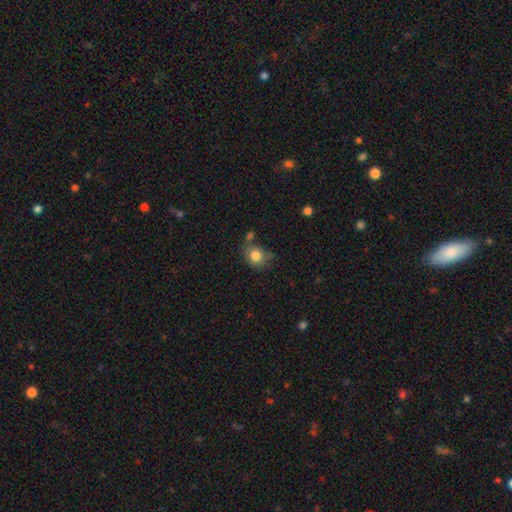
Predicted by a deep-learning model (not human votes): Smooth or featured? Predicted: smooth (p=0.82). How rounded? Predicted: round (p=0.70). Merging? Predicted: none (p=0.58).